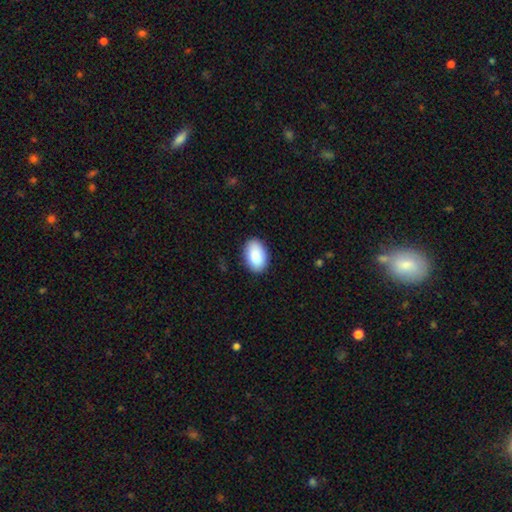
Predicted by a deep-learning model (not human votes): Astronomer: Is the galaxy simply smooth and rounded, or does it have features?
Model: smooth — 88%.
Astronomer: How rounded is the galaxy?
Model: in between — 91%.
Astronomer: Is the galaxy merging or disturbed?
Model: none — 88%.